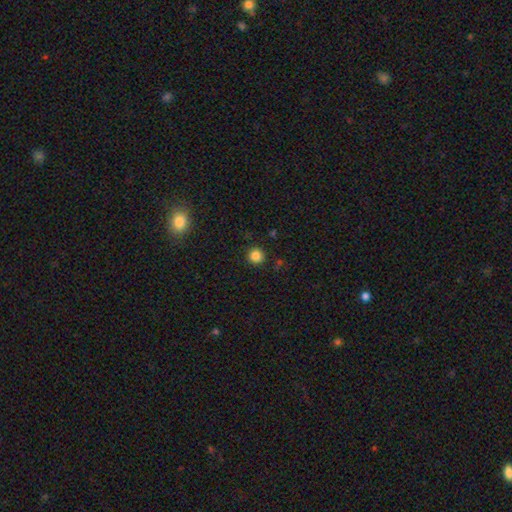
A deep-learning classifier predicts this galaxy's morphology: Smooth or featured?
  - smooth: 84% *
  - star or artifact: 12%
  - featured or disk: 4%
How rounded?
  - round: 95% *
  - in between: 4%
  - cigar-shaped: 1%
Merging?
  - none: 91% *
  - minor disturbance: 6%
  - major disturbance: 2%
  - merger: 2%